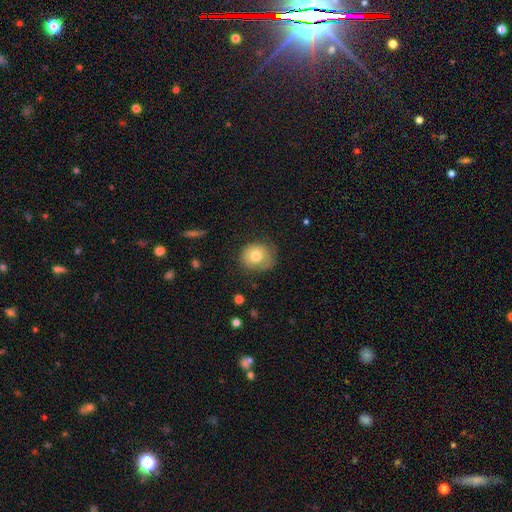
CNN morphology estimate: A smooth galaxy with no disk features (73%) that is round (80%).

Vote fractions:
- Smooth or featured? smooth: 73% / featured or disk: 19% / star or artifact: 8%
- How rounded? round: 80% / in between: 20% / cigar-shaped: 1%
- Merging? none: 66% / minor disturbance: 25% / major disturbance: 8% / merger: 1%